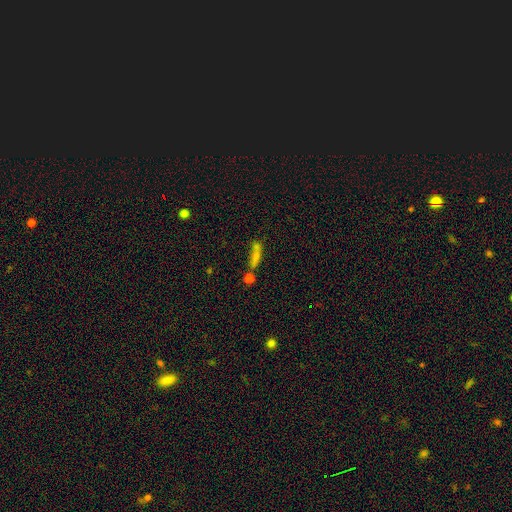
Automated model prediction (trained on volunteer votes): This appears to be a smooth galaxy with no disk features (66%) that is cigar-shaped (65%). Merging: none (48%).